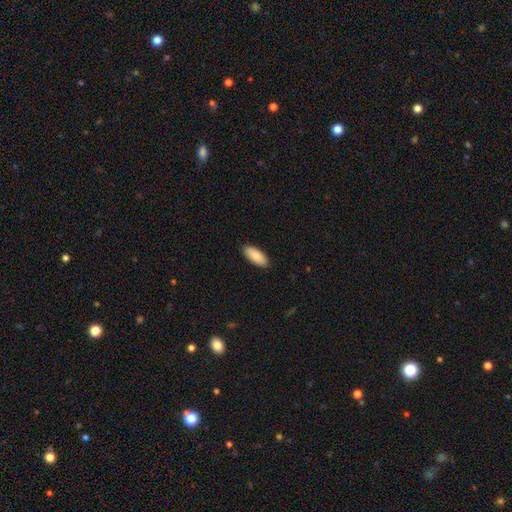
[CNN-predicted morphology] Q: Smooth or featured?
A: smooth (87%); runner-up: featured or disk (7%)
Q: How rounded?
A: in between (81%); runner-up: cigar-shaped (17%)
Q: Merging?
A: none (90%); runner-up: minor disturbance (8%)